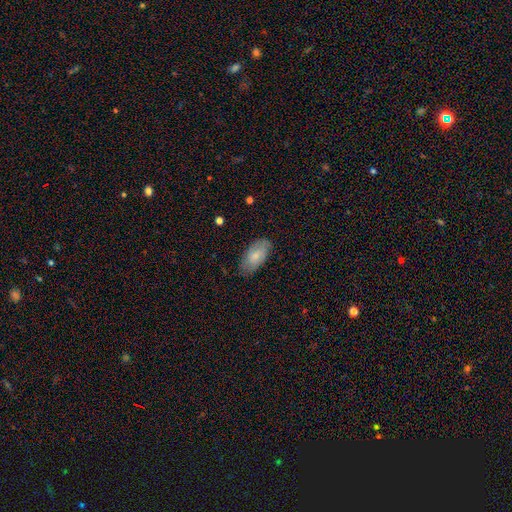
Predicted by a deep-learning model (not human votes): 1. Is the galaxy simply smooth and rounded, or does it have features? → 72% smooth, 22% featured or disk, 6% star or artifact.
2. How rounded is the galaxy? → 93% in between, 5% cigar-shaped, 2% round.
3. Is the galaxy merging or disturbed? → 77% none, 19% minor disturbance, 4% major disturbance, 1% merger.